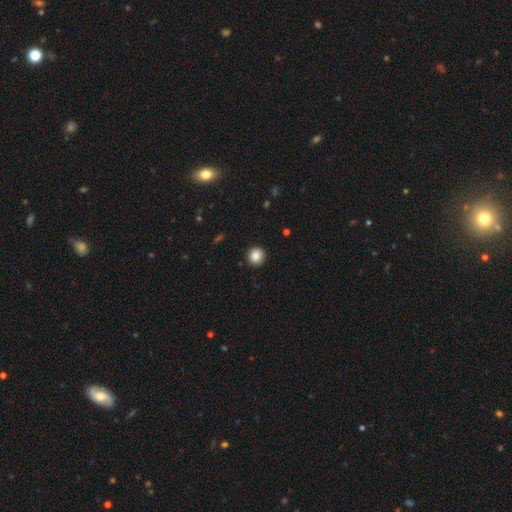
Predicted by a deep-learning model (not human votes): smooth_or_featured: smooth (p=0.86) [alt: star or artifact p=0.10]
how_rounded: round (p=0.93) [alt: in between p=0.06]
merging: none (p=0.91) [alt: minor disturbance p=0.06]